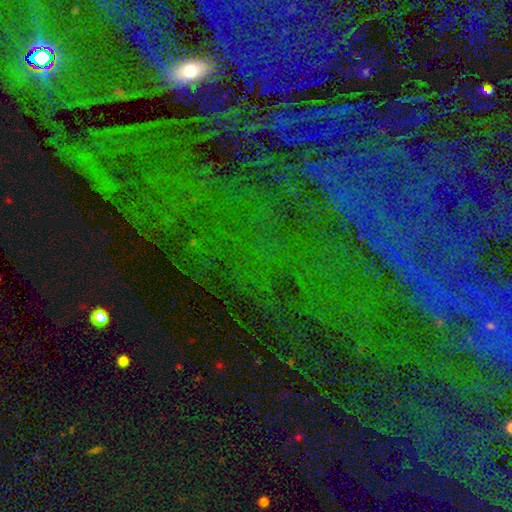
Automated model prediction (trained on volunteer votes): The model was most divided on "smooth or featured": star or artifact: 78%, featured or disk: 12%, smooth: 10%.